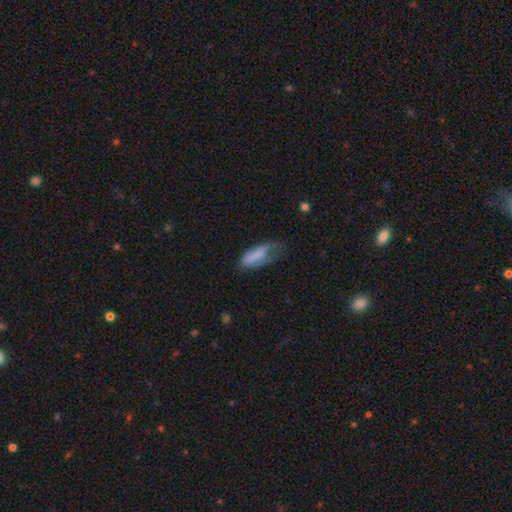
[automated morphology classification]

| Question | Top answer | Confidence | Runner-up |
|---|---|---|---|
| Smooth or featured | smooth | 70% | featured or disk (22%) |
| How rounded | in between | 64% | cigar-shaped (34%) |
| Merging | major disturbance | 36% | minor disturbance (34%) |